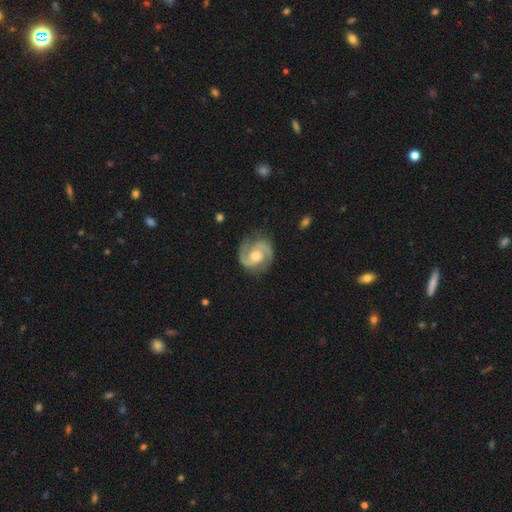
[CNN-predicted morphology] featured or disk 89%, smooth 6%, star or artifact 4%. Down the decision tree: edge-on disk — no (98%); bar — no (55%); spiral arms — yes (98%); spiral arm count — 2 (93%); spiral winding — medium (53%); bulge size — moderate (70%); merging — none (82%).